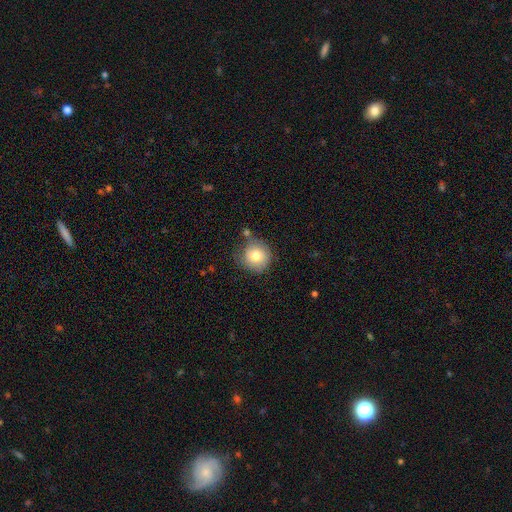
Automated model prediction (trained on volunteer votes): Smooth or featured?
  - smooth: 76% *
  - featured or disk: 16%
  - star or artifact: 9%
How rounded?
  - round: 91% *
  - in between: 8%
  - cigar-shaped: 1%
Merging?
  - none: 66% *
  - minor disturbance: 21%
  - merger: 7%
  - major disturbance: 6%